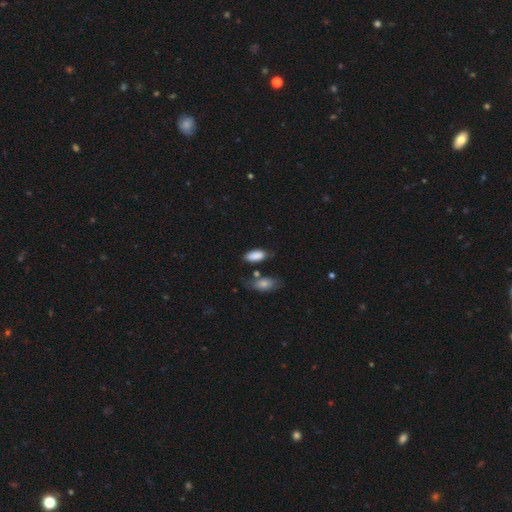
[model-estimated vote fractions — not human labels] A smooth galaxy with no disk features (86%) that is in between round and cigar-shaped (89%). Merging: none (62%).